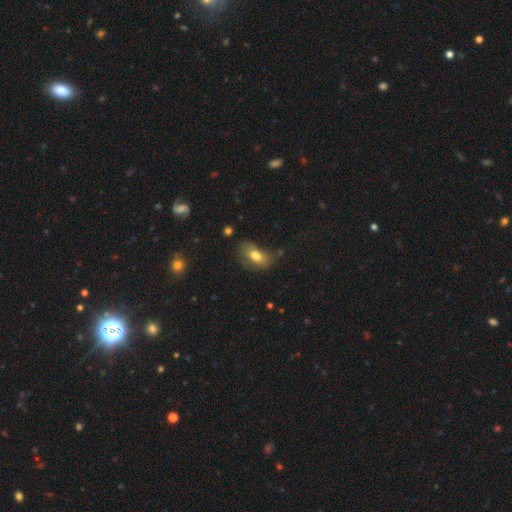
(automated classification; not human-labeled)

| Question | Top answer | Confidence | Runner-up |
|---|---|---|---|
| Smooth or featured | smooth | 73% | featured or disk (18%) |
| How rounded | in between | 87% | round (9%) |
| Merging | none | 50% | minor disturbance (30%) |